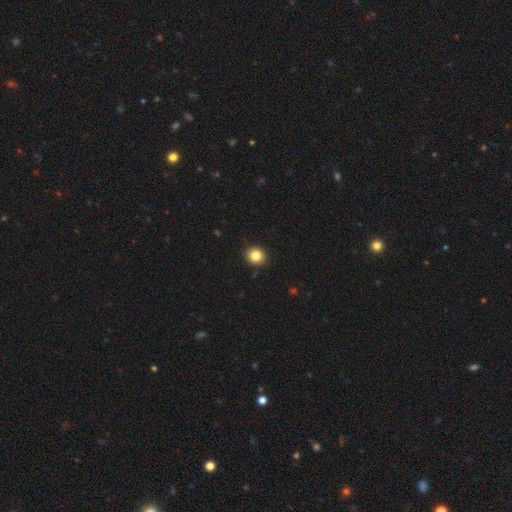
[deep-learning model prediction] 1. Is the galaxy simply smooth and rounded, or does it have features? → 85% smooth, 10% star or artifact, 5% featured or disk.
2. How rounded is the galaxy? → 81% round, 18% in between, 1% cigar-shaped.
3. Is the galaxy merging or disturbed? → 90% none, 7% minor disturbance, 2% major disturbance, 1% merger.